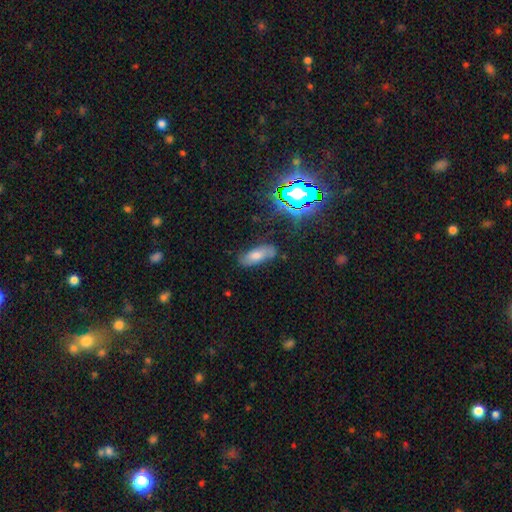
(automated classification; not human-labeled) Smooth or featured: smooth — 60% (featured or disk — 24%)
How rounded: in between — 72% (cigar-shaped — 25%)
Merging: none — 71% (minor disturbance — 21%)